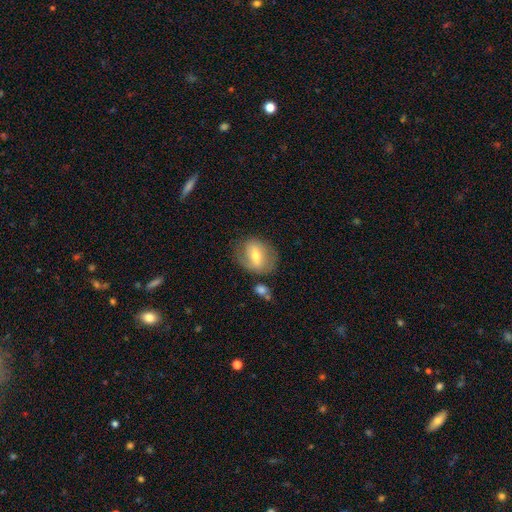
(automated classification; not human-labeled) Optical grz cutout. It shows a featured or disk galaxy (50%). Merging: none (64%).